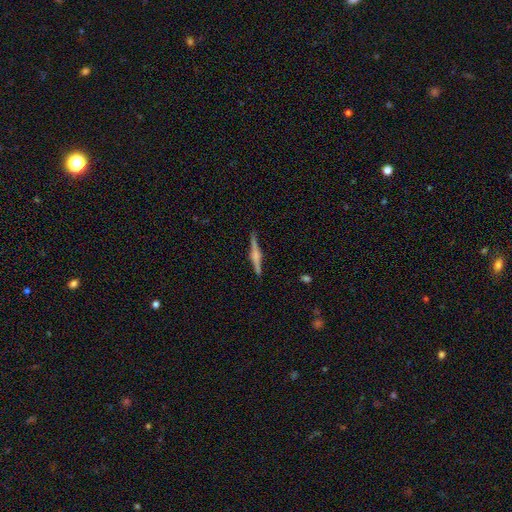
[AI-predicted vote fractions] Smooth or featured: featured or disk — 71% (smooth — 22%)
Edge-on disk: yes — 98% (no — 2%)
Edge-on bulge: rounded — 74% (boxy — 19%)
Merging: none — 89% (minor disturbance — 8%)